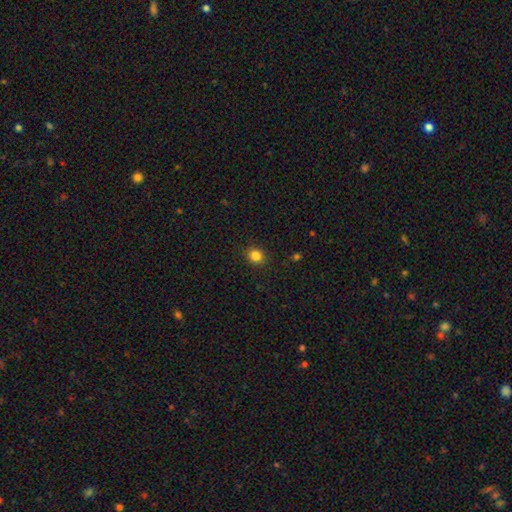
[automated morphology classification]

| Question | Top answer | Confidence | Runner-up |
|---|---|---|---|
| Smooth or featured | smooth | 83% | star or artifact (12%) |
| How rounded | round | 79% | in between (20%) |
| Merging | none | 89% | minor disturbance (8%) |